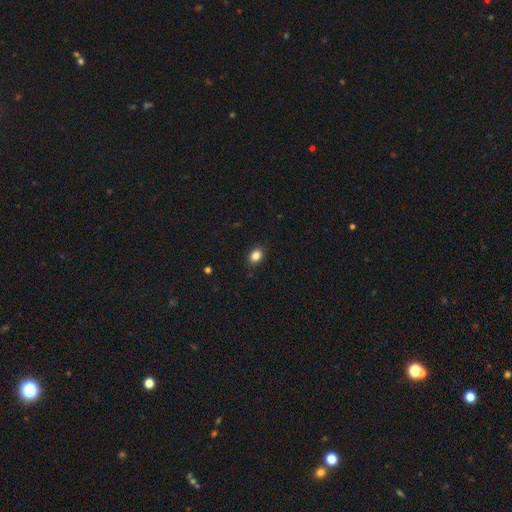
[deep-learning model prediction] smooth_or_featured: smooth (p=0.86) [alt: star or artifact p=0.10]
how_rounded: in between (p=0.61) [alt: round p=0.37]
merging: none (p=0.88) [alt: minor disturbance p=0.09]